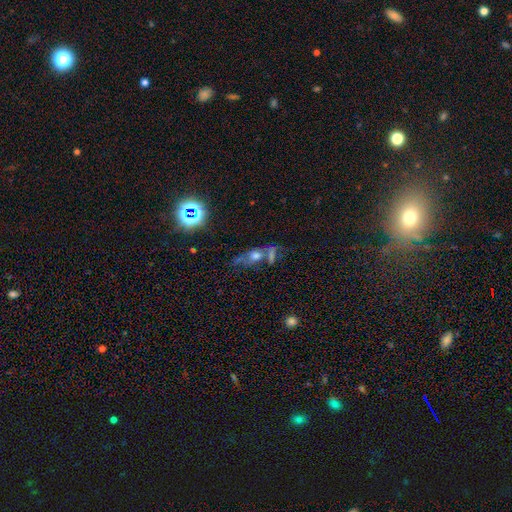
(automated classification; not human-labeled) featured or disk 41%, star or artifact 31%, smooth 28%. Down the decision tree: merging — none (47%).